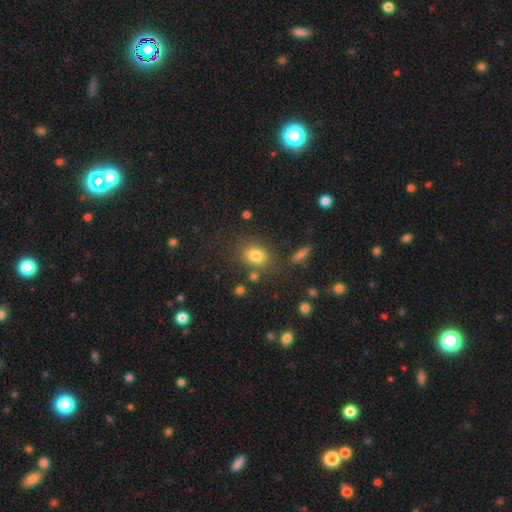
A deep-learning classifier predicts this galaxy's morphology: Smooth or featured: smooth — 79% (star or artifact — 12%)
How rounded: in between — 60% (round — 38%)
Merging: none — 75% (minor disturbance — 13%)